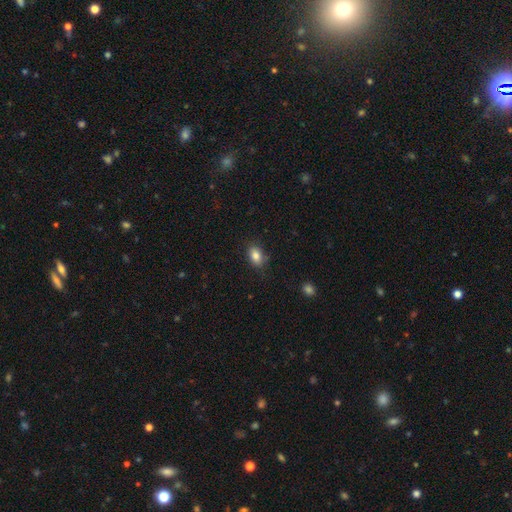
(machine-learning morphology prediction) Overall: smooth (85%). How rounded: in between (81%). Merging: none (82%).